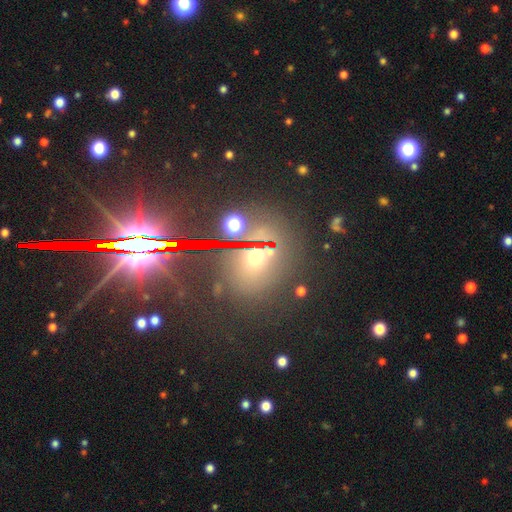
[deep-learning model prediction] smooth-or-featured: star or artifact: 48% | smooth: 39% | featured or disk: 13%